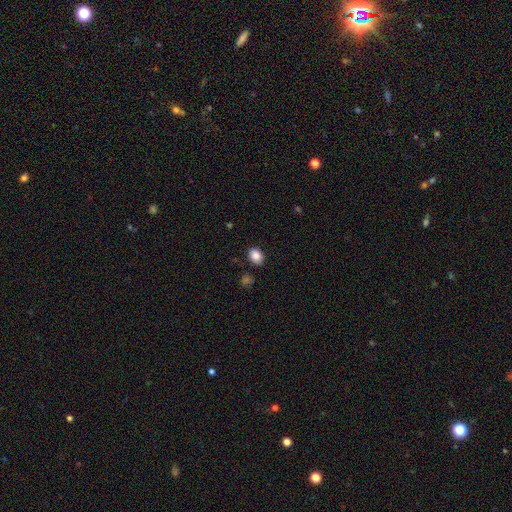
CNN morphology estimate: A smooth galaxy with no disk features (84%) that is in between round and cigar-shaped (64%).

Vote fractions:
- Smooth or featured? smooth: 84% / star or artifact: 9% / featured or disk: 7%
- How rounded? in between: 64% / round: 35% / cigar-shaped: 1%
- Merging? none: 87% / minor disturbance: 9% / major disturbance: 2% / merger: 2%